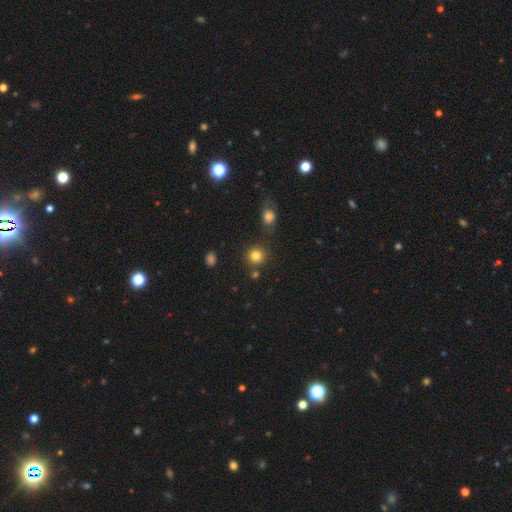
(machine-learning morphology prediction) Smooth or featured? Predicted: smooth (p=0.81). How rounded? Predicted: round (p=0.90). Merging? Predicted: none (p=0.80).